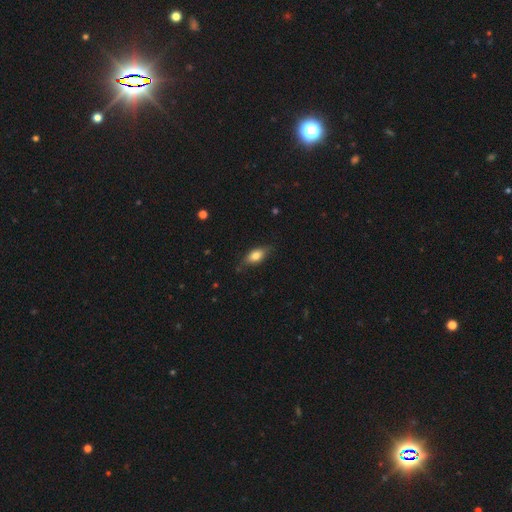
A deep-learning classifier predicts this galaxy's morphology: A smooth galaxy with no disk features (75%) that is in between round and cigar-shaped (83%).

Vote fractions:
- Smooth or featured? smooth: 75% / featured or disk: 18% / star or artifact: 7%
- How rounded? in between: 83% / cigar-shaped: 12% / round: 5%
- Merging? none: 75% / minor disturbance: 20% / major disturbance: 4% / merger: 1%